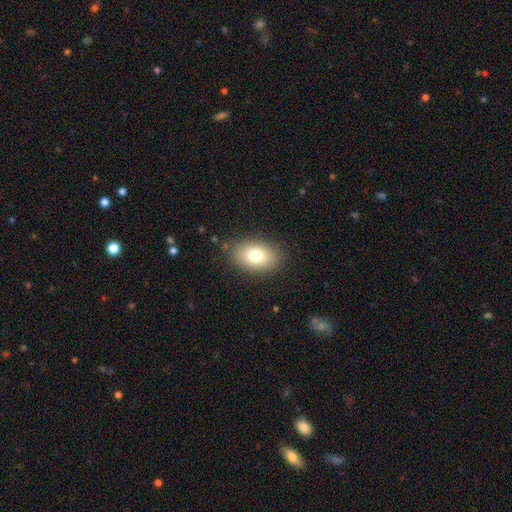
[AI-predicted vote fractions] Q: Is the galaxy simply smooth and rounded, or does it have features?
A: smooth — 77%.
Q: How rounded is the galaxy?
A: in between — 86%.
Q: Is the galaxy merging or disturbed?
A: none — 85%.